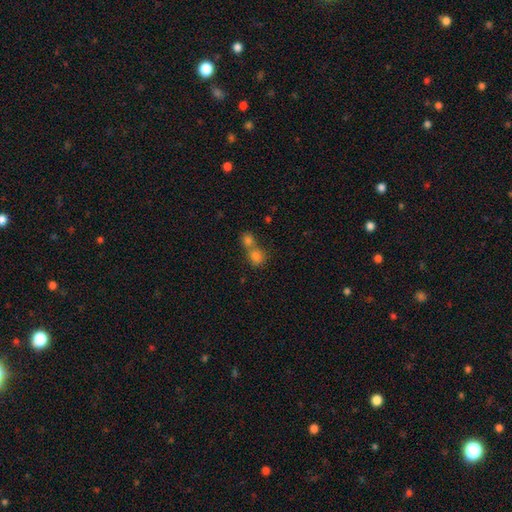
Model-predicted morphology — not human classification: Q: Smooth or featured?
A: smooth (76%); runner-up: star or artifact (15%)
Q: How rounded?
A: round (79%); runner-up: in between (20%)
Q: Merging?
A: merger (56%); runner-up: none (36%)